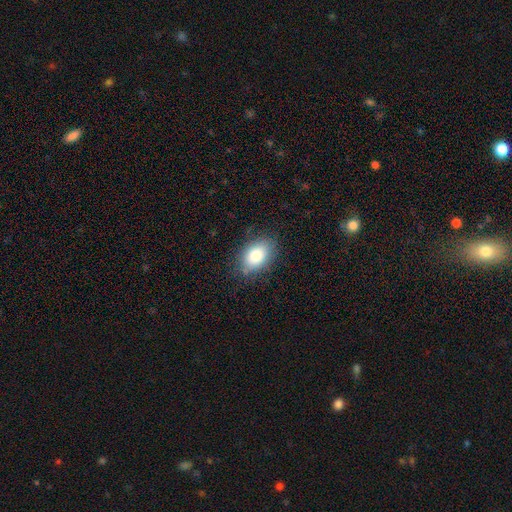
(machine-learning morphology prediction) smooth-or-featured: smooth: 82% | featured or disk: 10% | star or artifact: 8%
  how-rounded: in between: 87% | round: 11% | cigar-shaped: 1%
  merging: none: 79% | minor disturbance: 16% | major disturbance: 4% | merger: 1%